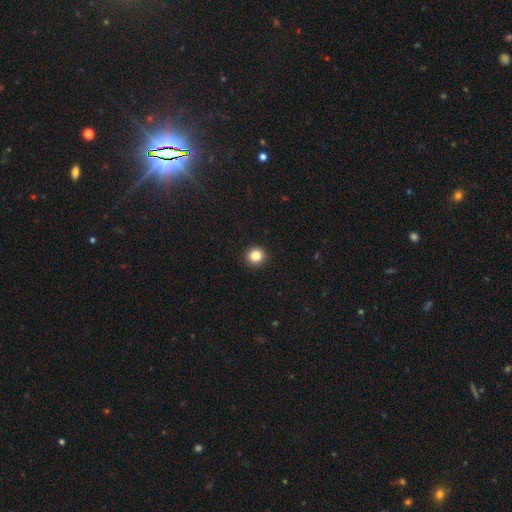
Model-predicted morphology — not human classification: Smooth or featured? Predicted: smooth (p=0.84). How rounded? Predicted: round (p=0.93). Merging? Predicted: none (p=0.93).